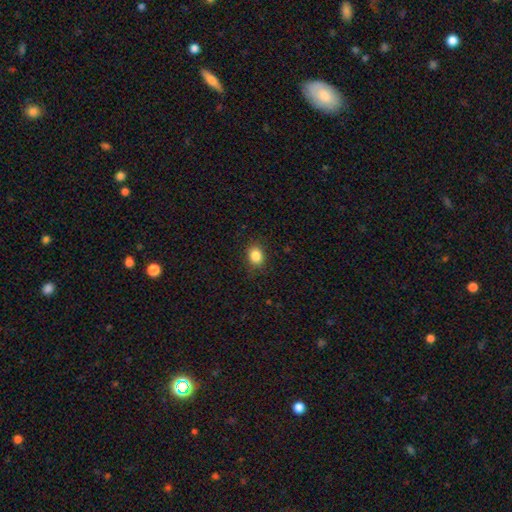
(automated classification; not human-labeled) Smooth or featured? Predicted: smooth (p=0.85). How rounded? Predicted: round (p=0.52). Merging? Predicted: none (p=0.85).